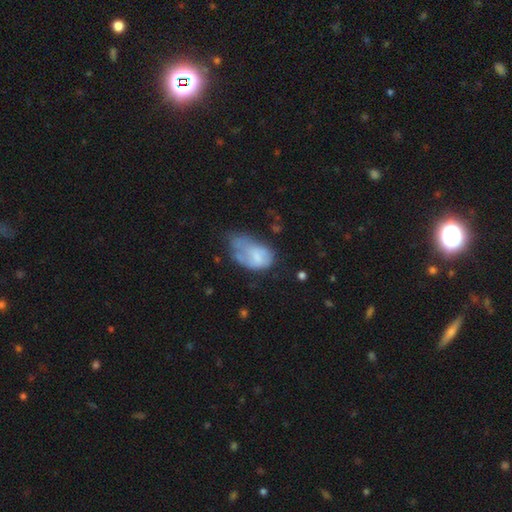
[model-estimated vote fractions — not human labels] smooth 60%, featured or disk 31%, star or artifact 9%. Down the decision tree: how rounded — in between (88%); merging — major disturbance (39%).